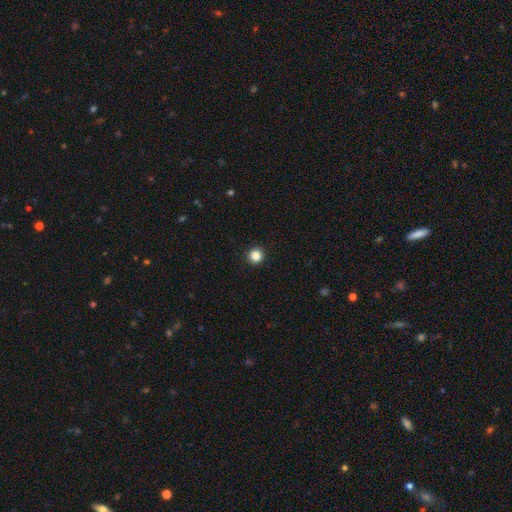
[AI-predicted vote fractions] This appears to be a smooth galaxy with no disk features (85%) that is round (95%). Merging: none (94%).